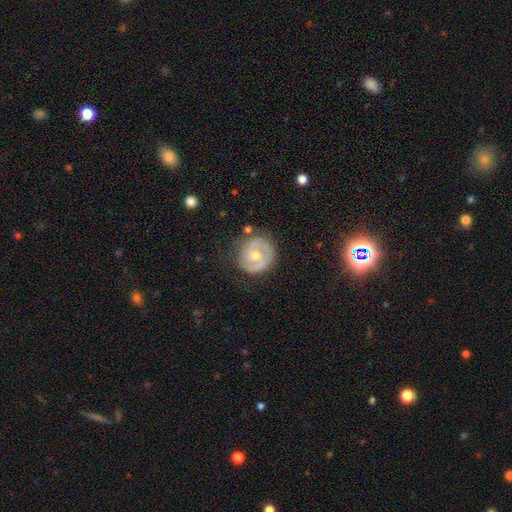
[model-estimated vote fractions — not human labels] Smooth or featured? Predicted: featured or disk (p=0.72). Edge-on disk? Predicted: no (p=0.98). Bar? Predicted: no (p=0.60). Spiral arms? Predicted: yes (p=0.86). Spiral winding? Predicted: tight (p=0.47). Spiral arm count? Predicted: 2 (p=0.76). Bulge size? Predicted: moderate (p=0.56). Merging? Predicted: none (p=0.75).